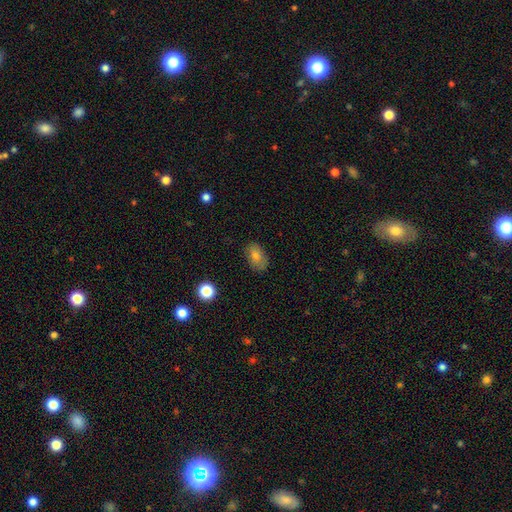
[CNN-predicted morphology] This is likely a smooth galaxy (77%). How rounded: clearly in between (87%). Merging: clearly none (81%).